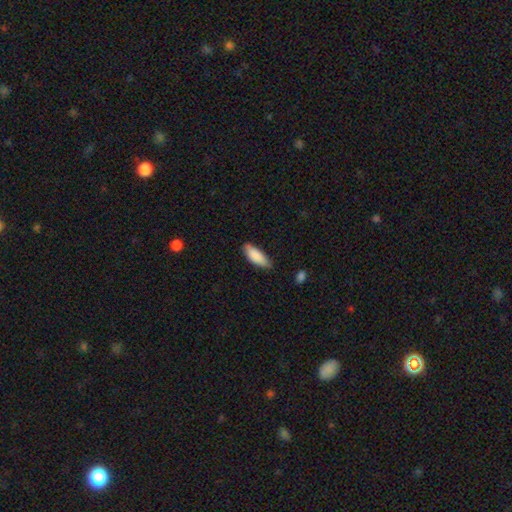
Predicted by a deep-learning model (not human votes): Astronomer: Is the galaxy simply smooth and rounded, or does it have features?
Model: smooth — 87%.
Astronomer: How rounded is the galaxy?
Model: in between — 71%.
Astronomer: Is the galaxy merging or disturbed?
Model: none — 74%.